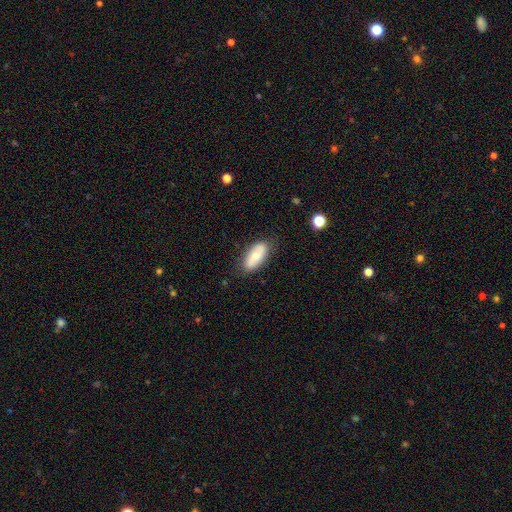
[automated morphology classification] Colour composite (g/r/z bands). It shows a smooth galaxy with no disk features (63%) that is in between round and cigar-shaped (86%). Merging: none (82%).